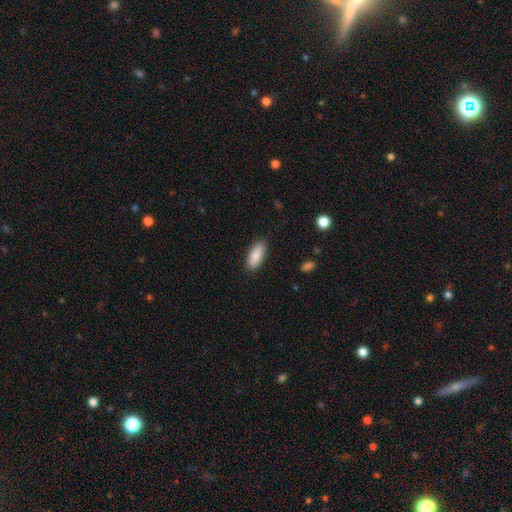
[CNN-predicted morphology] This is clearly a smooth galaxy (89%). How rounded: clearly in between (83%). Merging: clearly none (87%).